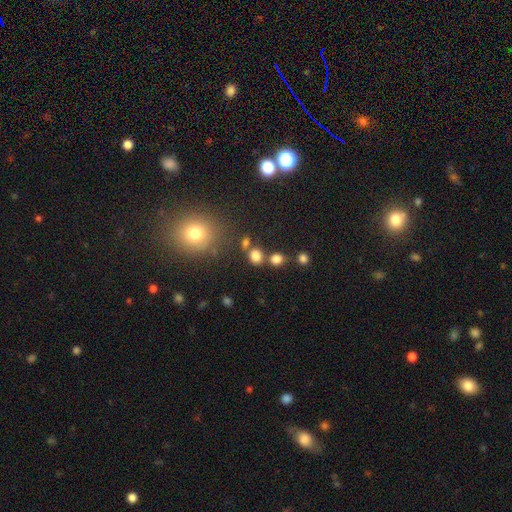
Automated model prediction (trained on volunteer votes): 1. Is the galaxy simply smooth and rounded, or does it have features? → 79% smooth, 15% star or artifact, 6% featured or disk.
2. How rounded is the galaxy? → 69% round, 30% in between, 1% cigar-shaped.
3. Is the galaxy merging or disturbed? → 66% none, 19% merger, 10% minor disturbance, 4% major disturbance.